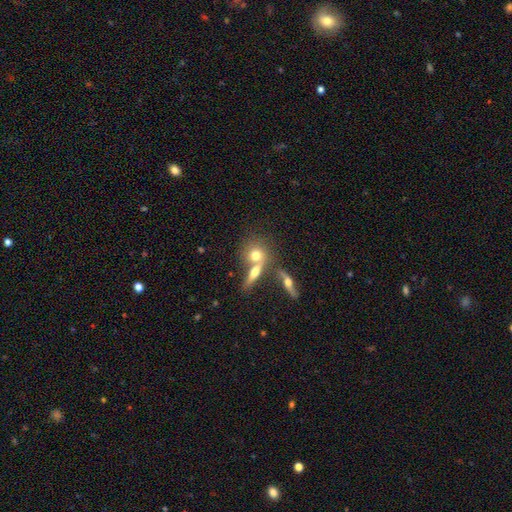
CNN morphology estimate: smooth_or_featured: smooth (p=0.65) [alt: featured or disk p=0.26]
how_rounded: round (p=0.65) [alt: in between p=0.27]
merging: none (p=0.45) [alt: merger p=0.42]